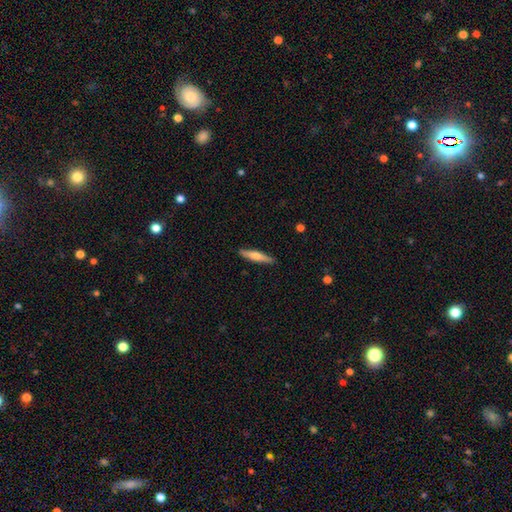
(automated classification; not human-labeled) smooth_or_featured: smooth (p=0.53) [alt: featured or disk p=0.41]
how_rounded: cigar-shaped (p=0.87) [alt: in between p=0.11]
merging: none (p=0.90) [alt: minor disturbance p=0.08]